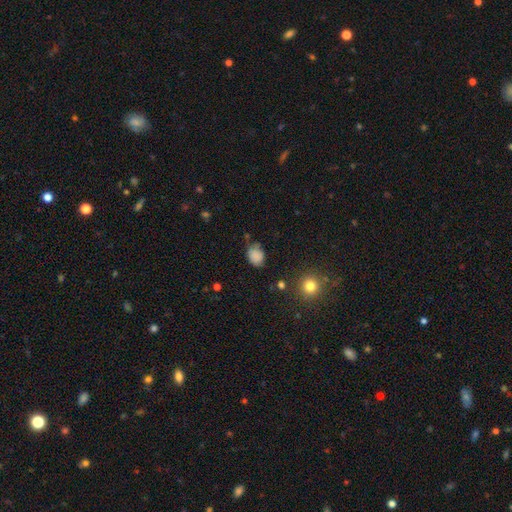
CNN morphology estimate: smooth_or_featured: smooth (p=0.82) [alt: star or artifact p=0.11]
how_rounded: in between (p=0.60) [alt: round p=0.39]
merging: none (p=0.63) [alt: minor disturbance p=0.27]